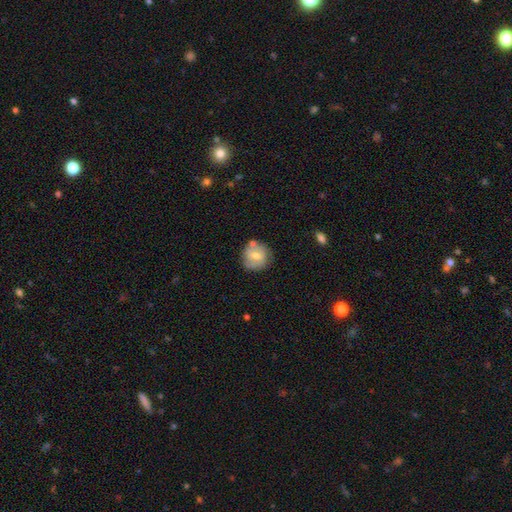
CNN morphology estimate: A smooth galaxy with no disk features (60%) that is round (88%).

Vote fractions:
- Smooth or featured? smooth: 60% / featured or disk: 32% / star or artifact: 7%
- How rounded? round: 88% / in between: 11% / cigar-shaped: 1%
- Merging? none: 70% / minor disturbance: 18% / merger: 8% / major disturbance: 4%